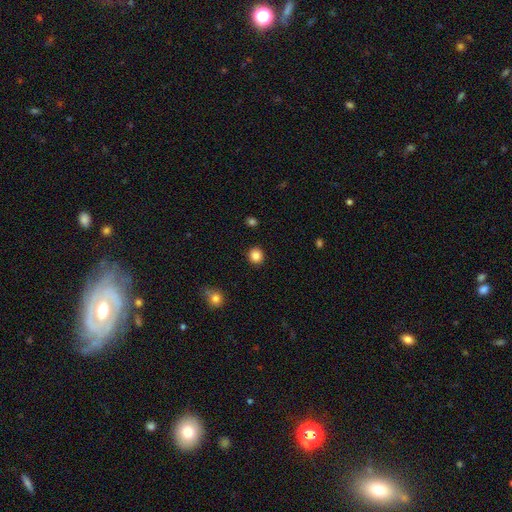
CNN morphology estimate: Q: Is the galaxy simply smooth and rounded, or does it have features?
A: smooth — 85%.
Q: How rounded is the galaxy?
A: round — 90%.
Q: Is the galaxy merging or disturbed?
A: none — 91%.